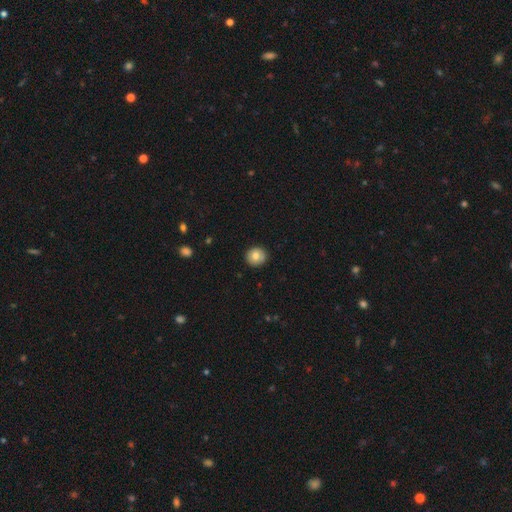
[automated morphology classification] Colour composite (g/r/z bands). It shows a smooth galaxy with no disk features (78%) that is round (89%). Merging: none (90%).